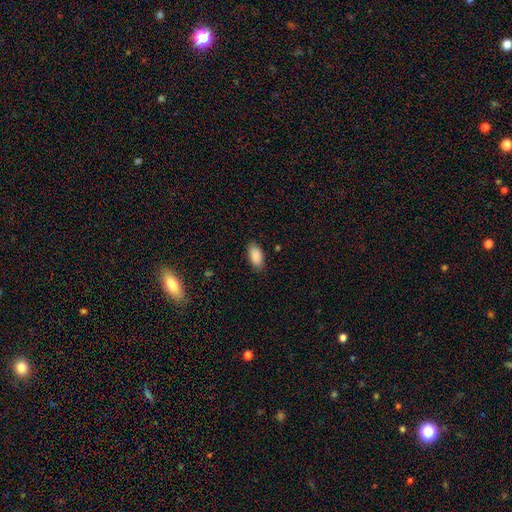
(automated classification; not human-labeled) Smooth or featured? Predicted: smooth (p=0.89). How rounded? Predicted: in between (p=0.93). Merging? Predicted: none (p=0.85).